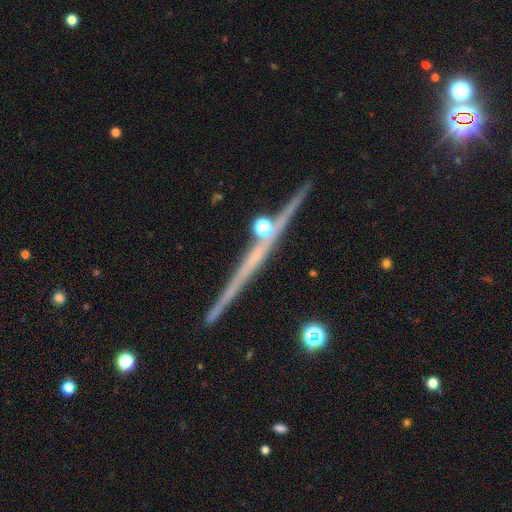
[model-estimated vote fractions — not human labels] Smooth or featured: featured or disk — 81% (smooth — 10%)
Edge-on disk: yes — 98% (no — 2%)
Edge-on bulge: rounded — 52% (none — 38%)
Merging: none — 87% (minor disturbance — 7%)